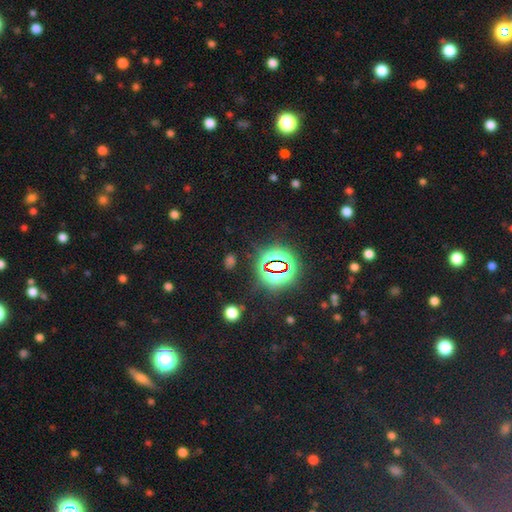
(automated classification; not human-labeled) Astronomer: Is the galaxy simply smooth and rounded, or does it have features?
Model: star or artifact — 79%.